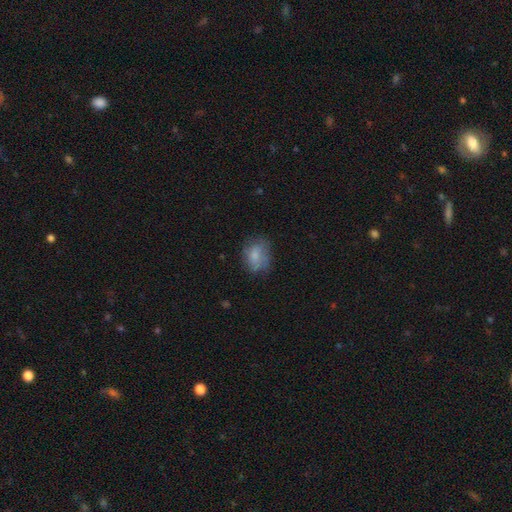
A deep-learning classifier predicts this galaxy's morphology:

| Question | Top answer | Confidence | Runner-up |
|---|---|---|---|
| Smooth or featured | smooth | 73% | featured or disk (18%) |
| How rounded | in between | 60% | round (38%) |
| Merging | none | 58% | minor disturbance (27%) |